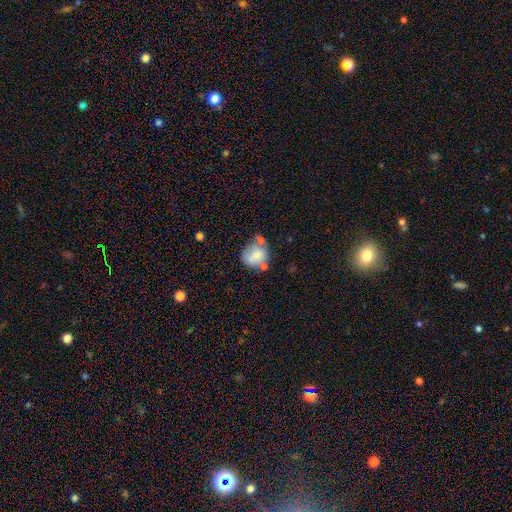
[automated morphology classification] type=smooth (75%); roundness=round (68%); merging=none (42%).